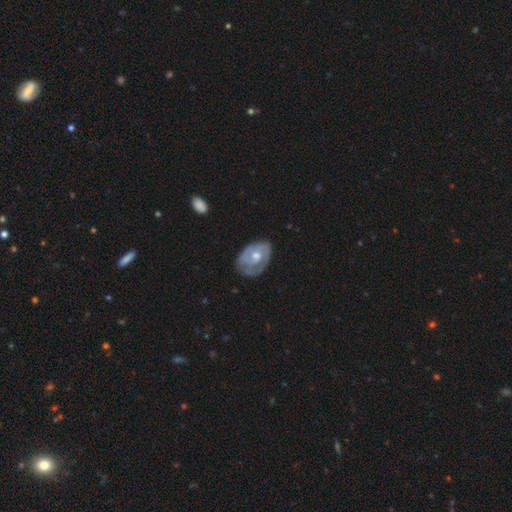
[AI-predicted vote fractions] This is likely a featured or disk galaxy (70%). It is clearly not viewed edge-on (95%). Bar: likely no (74%). Spiral arm pattern: likely yes (65%). Central bulge: likely moderate (73%). Merging: likely none (67%).